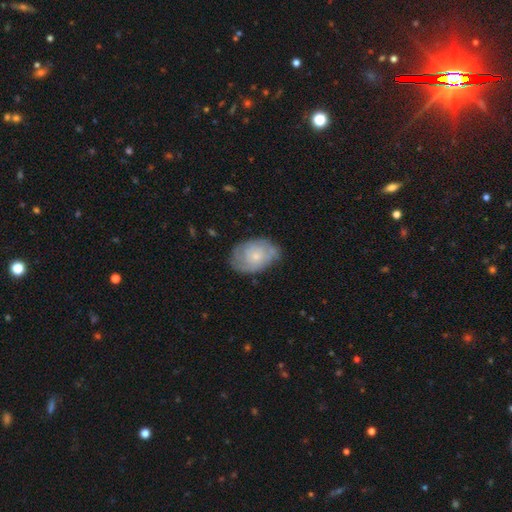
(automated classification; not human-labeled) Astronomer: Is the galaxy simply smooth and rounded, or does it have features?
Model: featured or disk — 60%.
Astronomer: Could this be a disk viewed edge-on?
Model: no — 97%.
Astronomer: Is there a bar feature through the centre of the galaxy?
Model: no — 81%.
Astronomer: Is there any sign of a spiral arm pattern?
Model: yes — 83%.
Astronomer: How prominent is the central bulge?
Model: small — 65%.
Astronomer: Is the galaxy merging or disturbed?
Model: none — 67%.